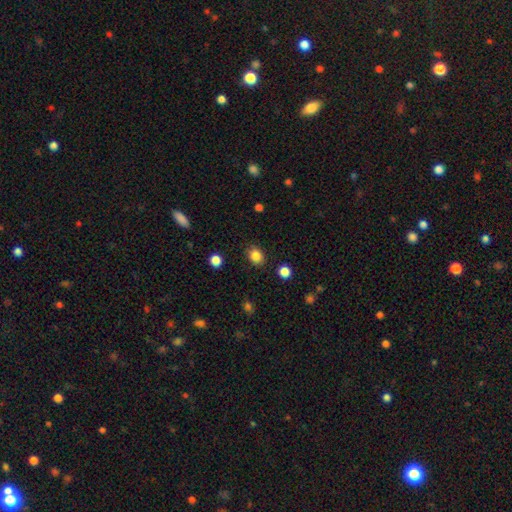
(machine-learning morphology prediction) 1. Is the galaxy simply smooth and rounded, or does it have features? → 85% smooth, 11% star or artifact, 5% featured or disk.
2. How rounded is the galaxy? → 58% round, 42% in between, 1% cigar-shaped.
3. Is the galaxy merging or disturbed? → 86% none, 10% minor disturbance, 3% major disturbance, 2% merger.